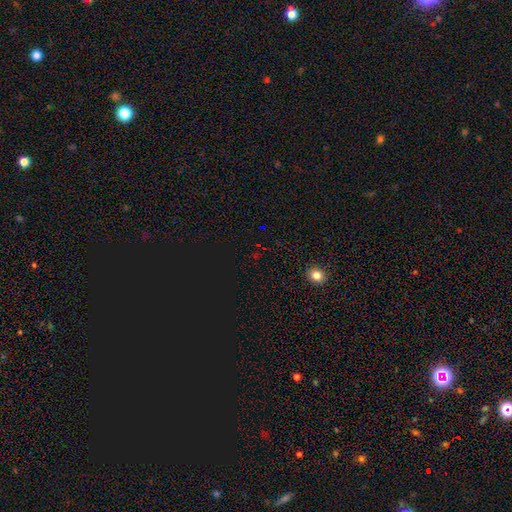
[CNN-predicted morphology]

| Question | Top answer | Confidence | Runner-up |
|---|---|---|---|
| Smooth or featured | star or artifact | 63% | smooth (30%) |